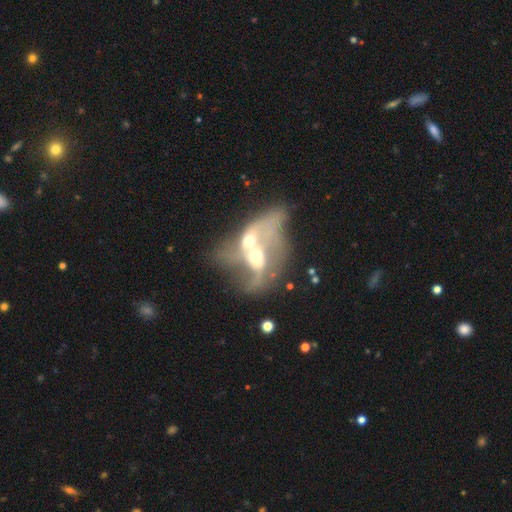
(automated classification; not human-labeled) smooth_or_featured: featured or disk (p=0.68) [alt: smooth p=0.22]
disk_edge_on: no (p=0.96) [alt: yes p=0.04]
bar: no (p=0.70) [alt: weak p=0.22]
has_spiral_arms: yes (p=0.58) [alt: no p=0.42]
bulge_size: moderate (p=0.61) [alt: small p=0.20]
merging: merger (p=0.76) [alt: major disturbance p=0.12]